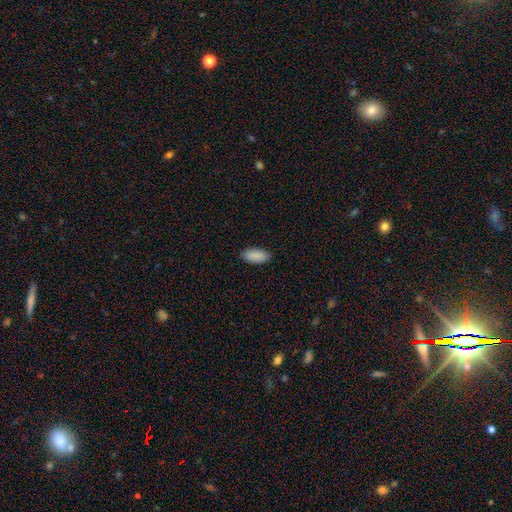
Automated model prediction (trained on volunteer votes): Smooth or featured?
  - smooth: 90% *
  - star or artifact: 6%
  - featured or disk: 4%
How rounded?
  - in between: 90% *
  - cigar-shaped: 8%
  - round: 2%
Merging?
  - none: 89% *
  - minor disturbance: 9%
  - major disturbance: 2%
  - merger: 1%